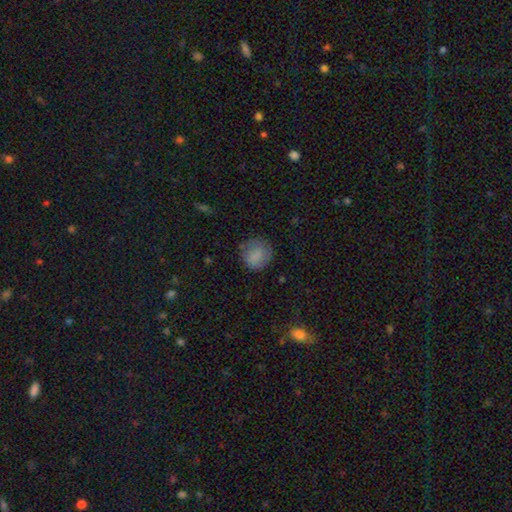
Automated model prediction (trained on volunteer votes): Smooth or featured?
  - smooth: 78% *
  - featured or disk: 14%
  - star or artifact: 8%
How rounded?
  - round: 86% *
  - in between: 13%
  - cigar-shaped: 1%
Merging?
  - none: 72% *
  - minor disturbance: 19%
  - major disturbance: 7%
  - merger: 1%